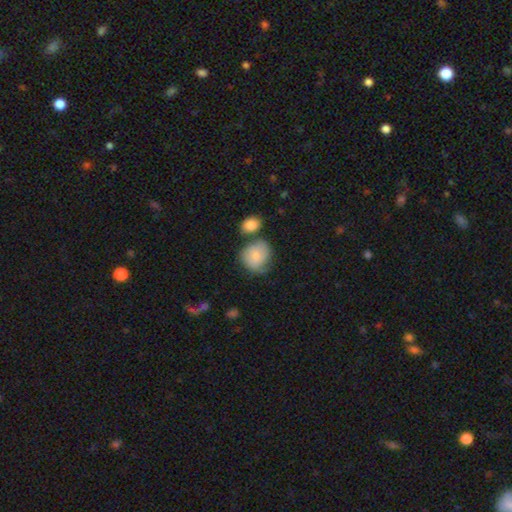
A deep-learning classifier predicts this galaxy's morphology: Smooth or featured? Predicted: smooth (p=0.80). How rounded? Predicted: round (p=0.70). Merging? Predicted: none (p=0.45).